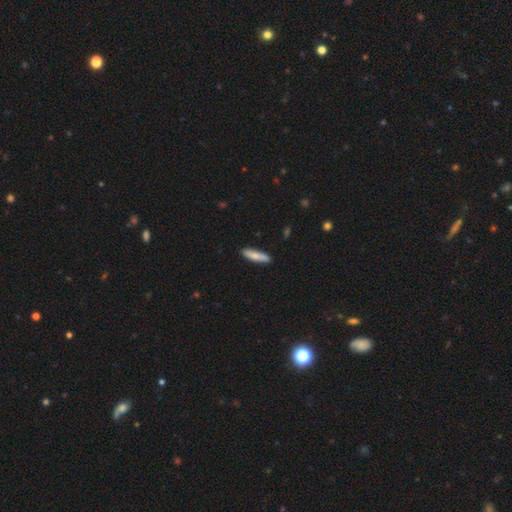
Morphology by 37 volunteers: Smooth or featured: smooth — 86% (featured or disk — 8%)
How rounded: cigar-shaped — 69% (in between — 31%)
Merging: none — 97% (major disturbance — 3%)